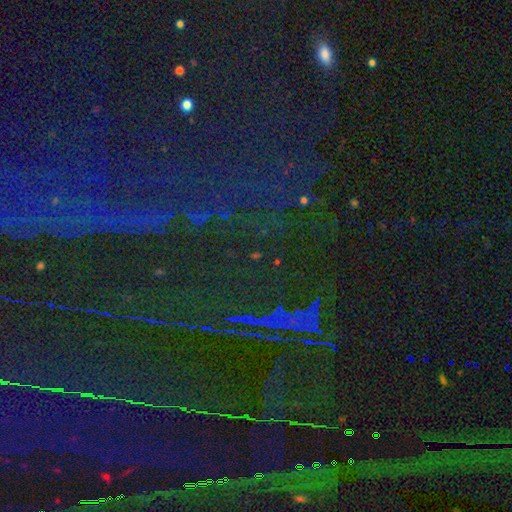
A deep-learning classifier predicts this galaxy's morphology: This is likely a star or artifact rather than a galaxy (79%).